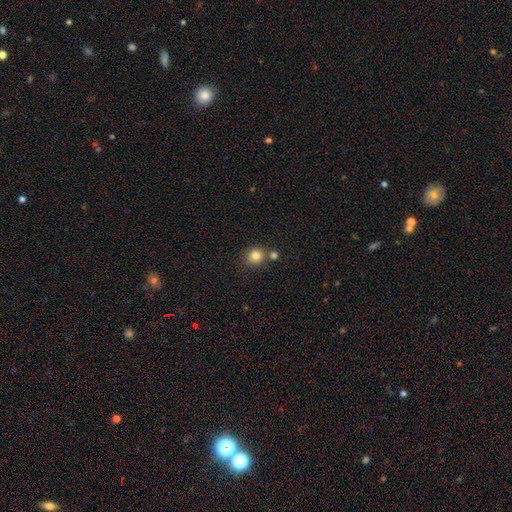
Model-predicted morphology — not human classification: This is clearly a smooth galaxy (83%). How rounded: clearly round (81%). Merging: likely none (68%).